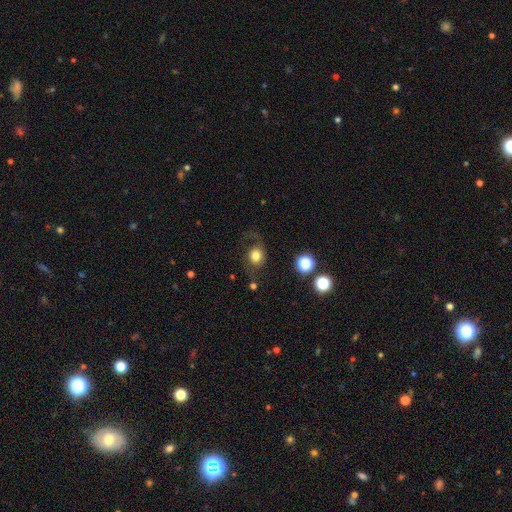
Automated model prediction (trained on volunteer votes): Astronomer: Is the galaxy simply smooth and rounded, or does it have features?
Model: smooth — 63%.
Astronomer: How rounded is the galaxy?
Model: round — 72%.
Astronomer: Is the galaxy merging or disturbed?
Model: none — 55%.